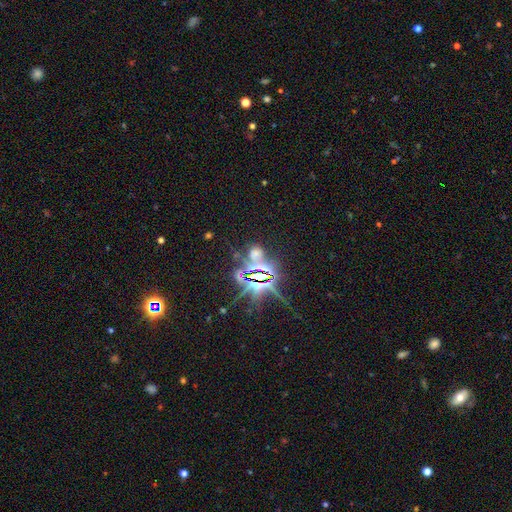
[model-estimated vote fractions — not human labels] star or artifact 67%, smooth 23%, featured or disk 10%.